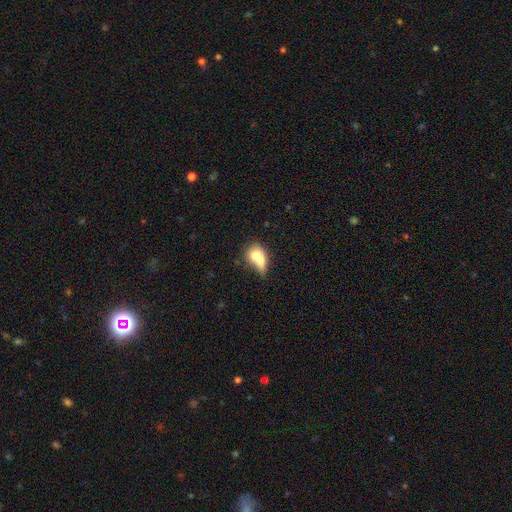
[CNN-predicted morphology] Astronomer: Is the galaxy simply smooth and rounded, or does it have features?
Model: smooth — 68%.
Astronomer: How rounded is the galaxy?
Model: in between — 55% (runner-up: round, 41%).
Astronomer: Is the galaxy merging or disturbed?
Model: merger — 56%.